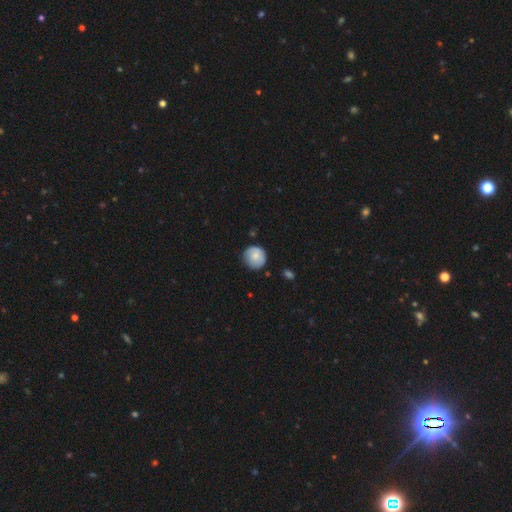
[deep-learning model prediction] smooth-or-featured: smooth: 75% | featured or disk: 19% | star or artifact: 7%
  how-rounded: round: 90% | in between: 9% | cigar-shaped: 1%
  merging: none: 78% | minor disturbance: 18% | major disturbance: 3% | merger: 2%